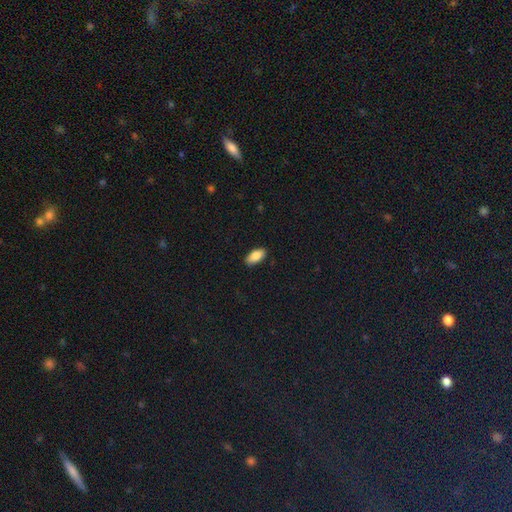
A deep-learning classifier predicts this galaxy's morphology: The model was most divided on "merging": none: 87%, minor disturbance: 10%, major disturbance: 2%, merger: 1%. More confident: how rounded — in between (91%); smooth or featured — smooth (87%).